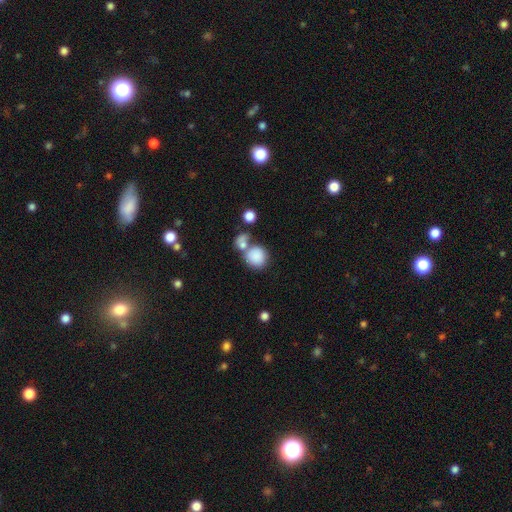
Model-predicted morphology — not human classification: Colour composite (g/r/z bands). It shows a smooth galaxy with no disk features (85%) that is round (83%). Merging: none (42%, tied with merger).